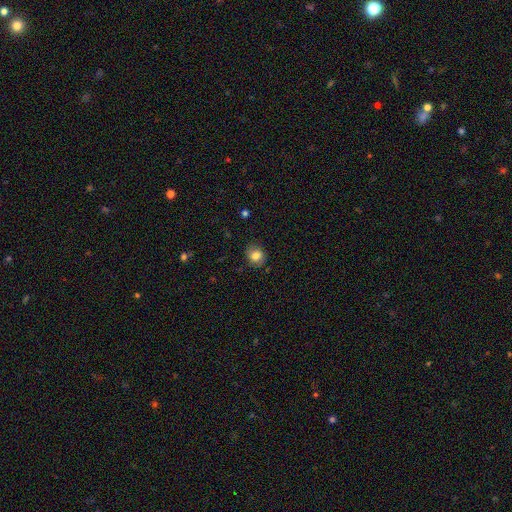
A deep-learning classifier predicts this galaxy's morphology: type=smooth (81%); roundness=round (67%); merging=none (80%).